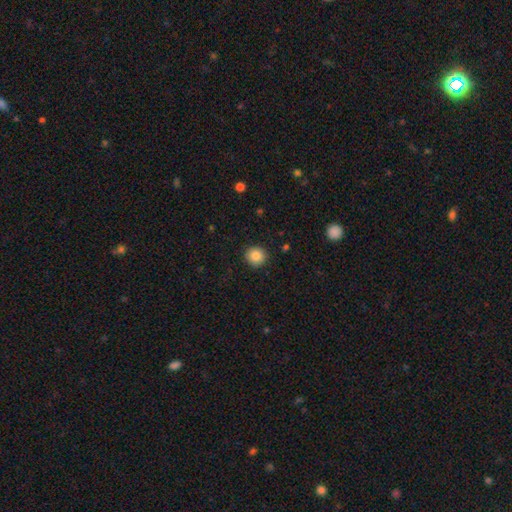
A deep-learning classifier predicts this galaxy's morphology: The model was most divided on "smooth or featured": smooth: 86%, star or artifact: 9%, featured or disk: 5%. More confident: how rounded — round (93%); merging — none (91%).